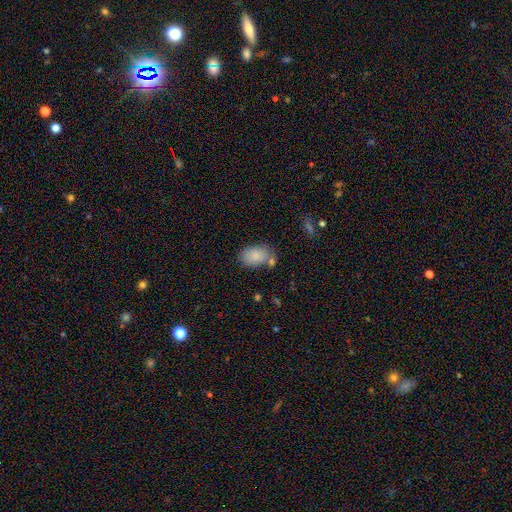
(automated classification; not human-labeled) Q: Smooth or featured?
A: smooth (83%); runner-up: featured or disk (9%)
Q: How rounded?
A: in between (90%); runner-up: round (9%)
Q: Merging?
A: none (62%); runner-up: minor disturbance (19%)